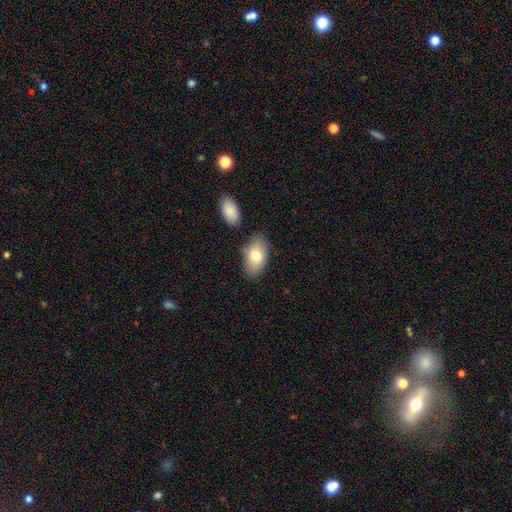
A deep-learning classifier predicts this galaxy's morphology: A smooth galaxy with no disk features (78%) that is in between round and cigar-shaped (93%).

Vote fractions:
- Smooth or featured? smooth: 78% / featured or disk: 15% / star or artifact: 7%
- How rounded? in between: 93% / round: 5% / cigar-shaped: 2%
- Merging? none: 77% / minor disturbance: 14% / merger: 6% / major disturbance: 3%